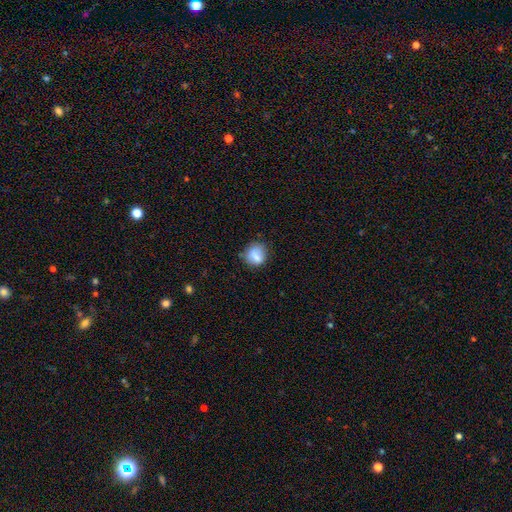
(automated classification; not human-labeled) Q: Smooth or featured?
A: smooth (79%); runner-up: featured or disk (12%)
Q: How rounded?
A: round (72%); runner-up: in between (27%)
Q: Merging?
A: none (67%); runner-up: minor disturbance (23%)